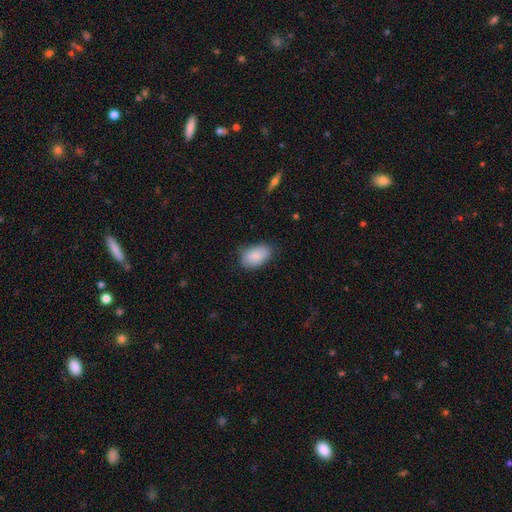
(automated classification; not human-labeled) Morphology: type=smooth (88%); roundness=in between (92%); merging=none (74%).